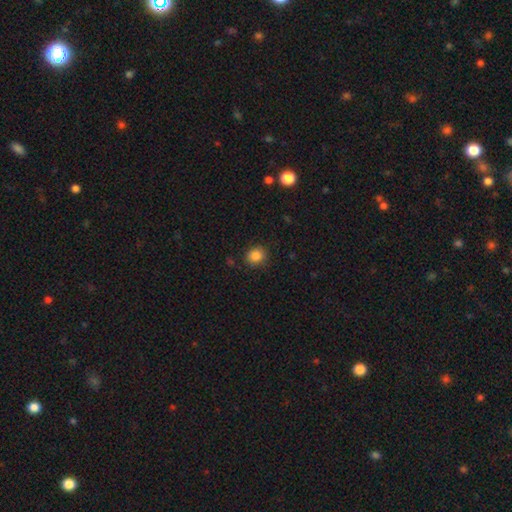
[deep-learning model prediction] A smooth galaxy with no disk features (84%) that is round (77%). Merging: none (85%).